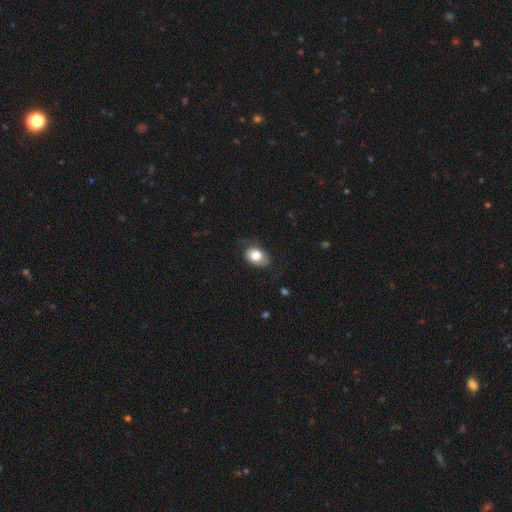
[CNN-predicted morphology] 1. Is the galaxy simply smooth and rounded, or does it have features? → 77% smooth, 15% featured or disk, 7% star or artifact.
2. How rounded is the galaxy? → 77% in between, 22% round, 1% cigar-shaped.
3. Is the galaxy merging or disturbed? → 64% none, 25% minor disturbance, 10% major disturbance, 1% merger.